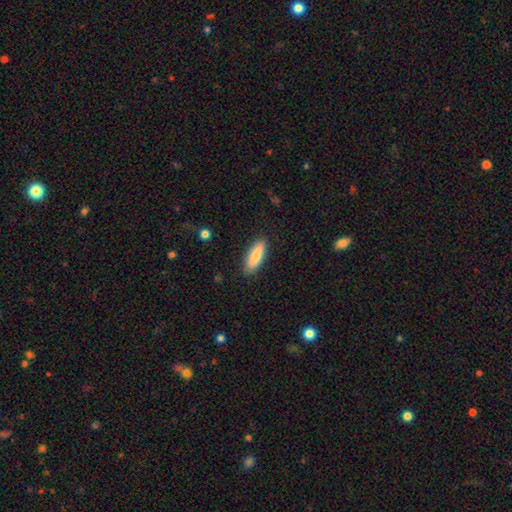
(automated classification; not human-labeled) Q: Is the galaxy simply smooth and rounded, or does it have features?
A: smooth — 82%.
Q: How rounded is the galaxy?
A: in between — 55%.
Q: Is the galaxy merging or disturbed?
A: none — 87%.